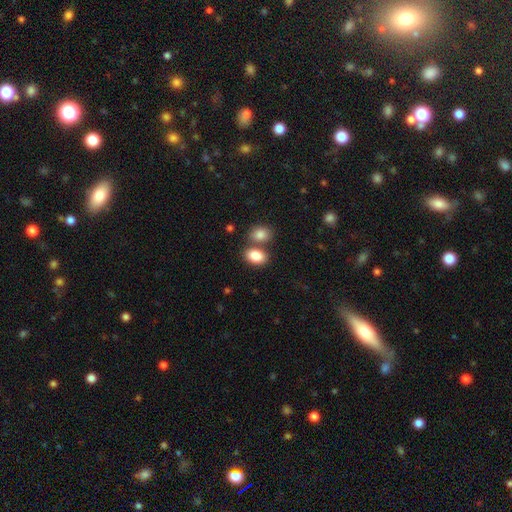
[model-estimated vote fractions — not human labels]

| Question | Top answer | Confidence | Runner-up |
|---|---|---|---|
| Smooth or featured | smooth | 85% | star or artifact (8%) |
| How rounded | in between | 83% | round (16%) |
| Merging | none | 56% | merger (31%) |